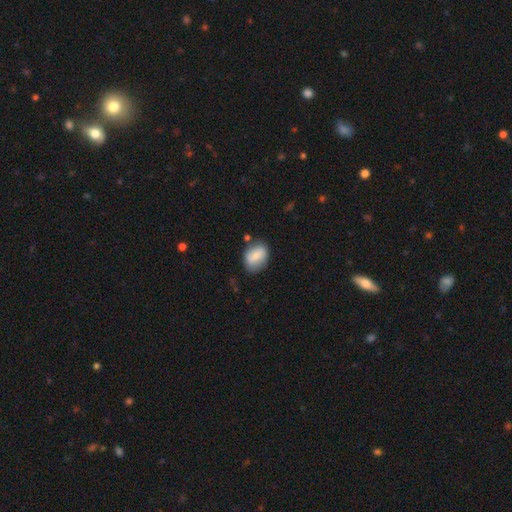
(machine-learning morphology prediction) This appears to be a smooth galaxy with no disk features (77%) that is in between round and cigar-shaped (73%). Merging: none (71%).